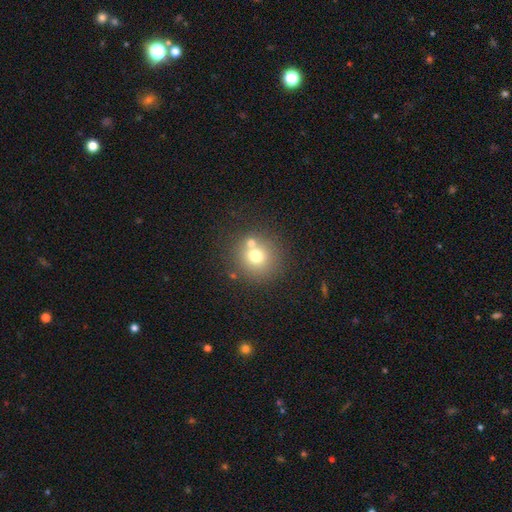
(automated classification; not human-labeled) This is likely a smooth galaxy (70%). How rounded: clearly round (90%). Merging: likely none (65%).